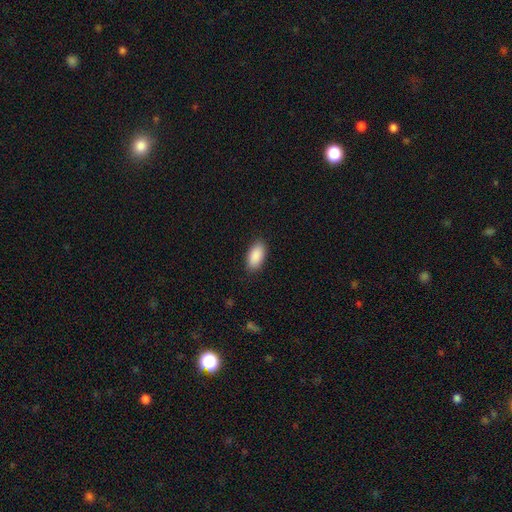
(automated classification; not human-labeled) The model was most divided on "merging": none: 88%, minor disturbance: 9%, major disturbance: 2%, merger: 1%. More confident: how rounded — in between (94%); smooth or featured — smooth (91%).